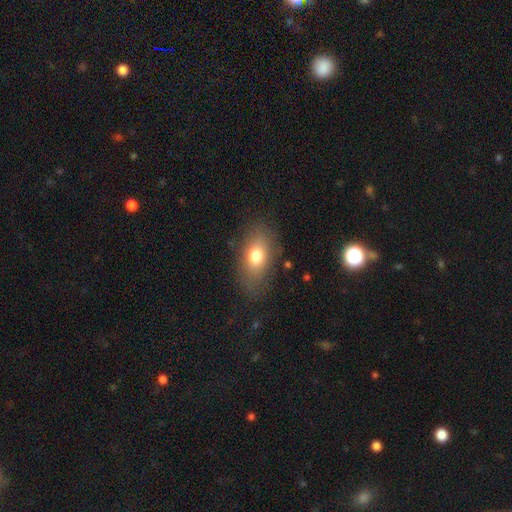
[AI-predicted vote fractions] The model was most divided on "smooth or featured": smooth: 75%, featured or disk: 16%, star or artifact: 10%. More confident: how rounded — in between (84%); merging — none (80%).